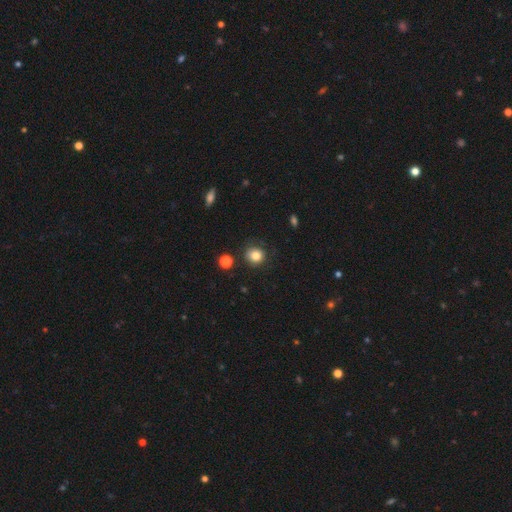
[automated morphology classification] Smooth or featured: smooth — 82% (star or artifact — 11%)
How rounded: round — 87% (in between — 12%)
Merging: none — 81% (minor disturbance — 12%)